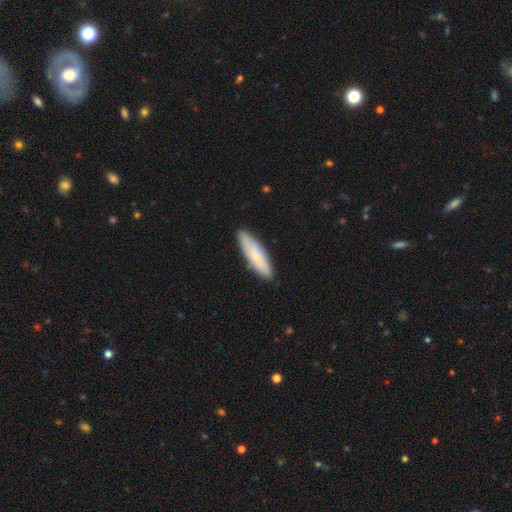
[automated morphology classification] Overall: smooth (71%). How rounded: cigar-shaped (63%; in between 35%). Merging: none (87%).